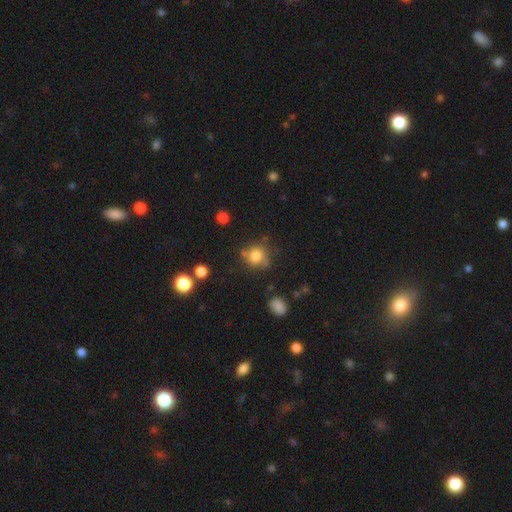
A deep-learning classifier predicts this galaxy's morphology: Smooth or featured?
  - smooth: 79% *
  - star or artifact: 13%
  - featured or disk: 8%
How rounded?
  - round: 85% *
  - in between: 14%
  - cigar-shaped: 1%
Merging?
  - none: 65% *
  - minor disturbance: 18%
  - merger: 11%
  - major disturbance: 6%